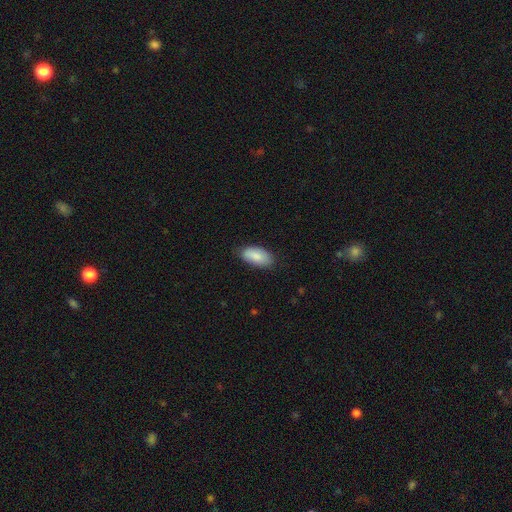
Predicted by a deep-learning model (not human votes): Smooth or featured?
  - smooth: 86% *
  - featured or disk: 9%
  - star or artifact: 6%
How rounded?
  - in between: 94% *
  - cigar-shaped: 4%
  - round: 2%
Merging?
  - none: 78% *
  - minor disturbance: 18%
  - major disturbance: 3%
  - merger: 1%